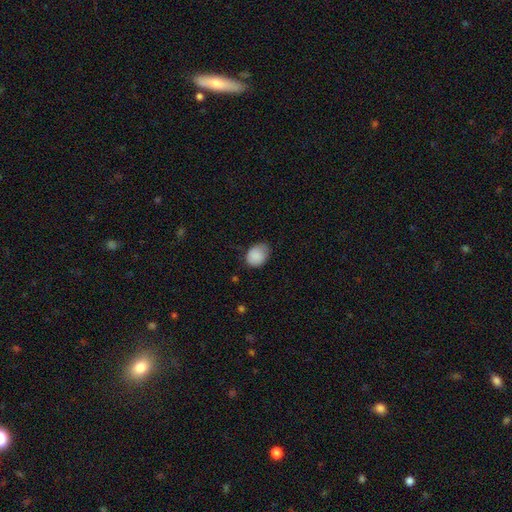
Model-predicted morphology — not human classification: Smooth or featured? smooth (87%)
How rounded? in between (60%)
Merging? none (60%)